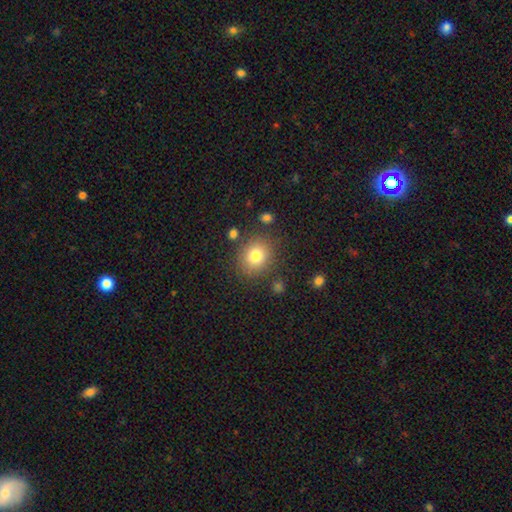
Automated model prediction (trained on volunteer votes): The model was most divided on "how rounded": round: 76%, in between: 23%, cigar-shaped: 1%. More confident: merging — none (83%); smooth or featured — smooth (79%).